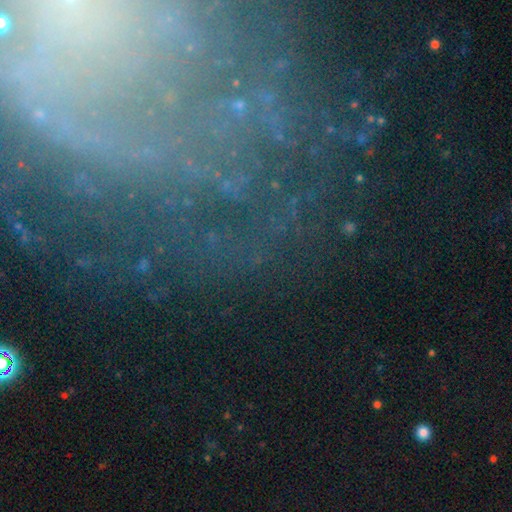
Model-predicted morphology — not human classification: Smooth or featured: featured or disk — 50% (star or artifact — 36%)
Merging: none — 71% (minor disturbance — 13%)